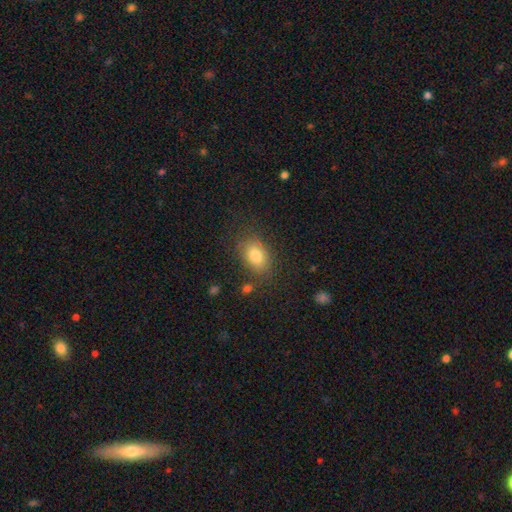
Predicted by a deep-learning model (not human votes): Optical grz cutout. It shows a smooth galaxy with no disk features (81%) that is in between round and cigar-shaped (81%). Merging: none (77%).